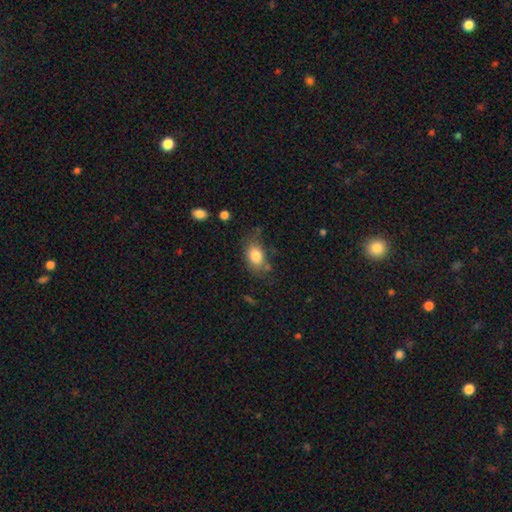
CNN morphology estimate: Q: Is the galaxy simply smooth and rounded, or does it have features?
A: smooth — 82%.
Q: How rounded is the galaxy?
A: in between — 81%.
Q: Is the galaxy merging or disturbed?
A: none — 63%.